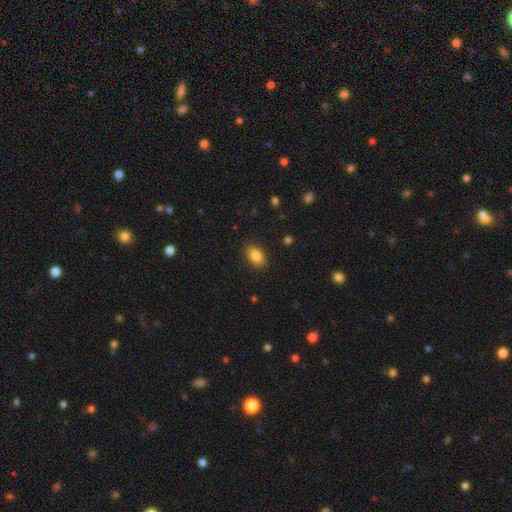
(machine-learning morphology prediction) This is clearly a smooth galaxy (86%). How rounded: clearly in between (87%). Merging: clearly none (88%).